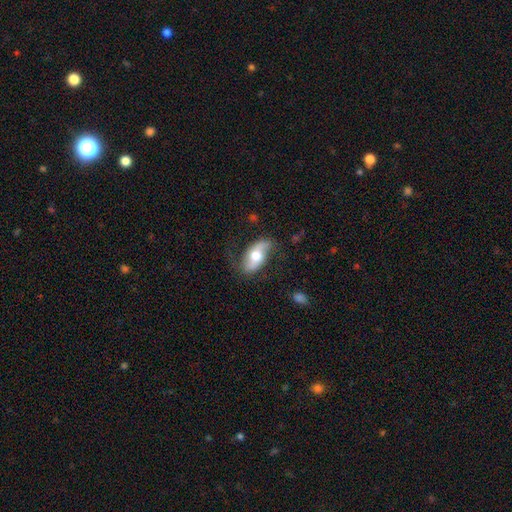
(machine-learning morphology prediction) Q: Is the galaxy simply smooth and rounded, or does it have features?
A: featured or disk — 61%.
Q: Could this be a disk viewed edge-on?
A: no — 86%.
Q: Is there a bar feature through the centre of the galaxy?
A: no — 56%.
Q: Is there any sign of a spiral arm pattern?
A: yes — 79%.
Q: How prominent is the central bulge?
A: moderate — 64%.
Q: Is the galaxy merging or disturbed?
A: none — 69%.